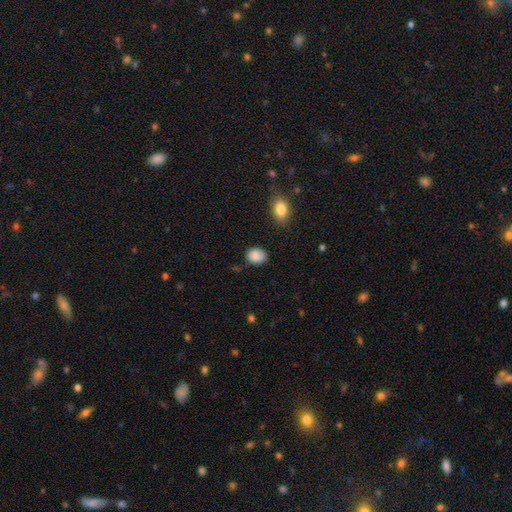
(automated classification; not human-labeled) Smooth or featured? Predicted: smooth (p=0.88). How rounded? Predicted: in between (p=0.56). Merging? Predicted: none (p=0.81).